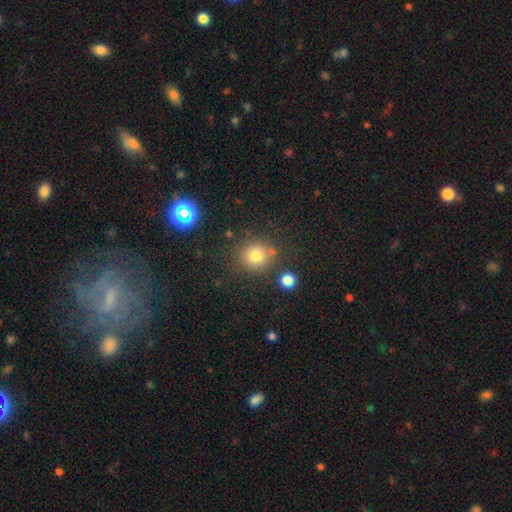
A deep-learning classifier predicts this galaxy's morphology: This is likely a smooth galaxy (78%). How rounded: clearly round (88%). Merging: likely none (78%).